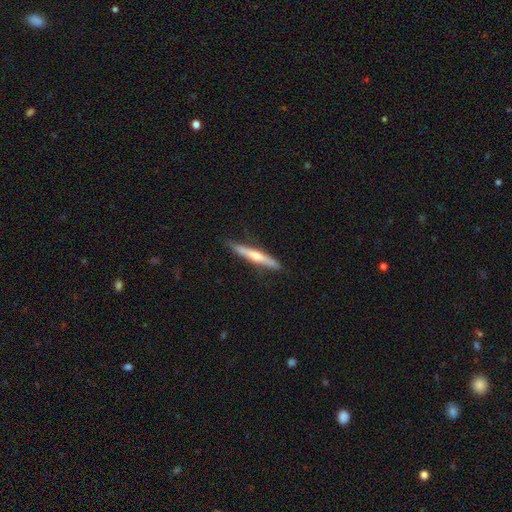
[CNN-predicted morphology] Overall: featured or disk (57%; smooth 38%). Edge-on disk: yes (95%). Edge-on bulge: rounded (79%). Merging: none (86%).